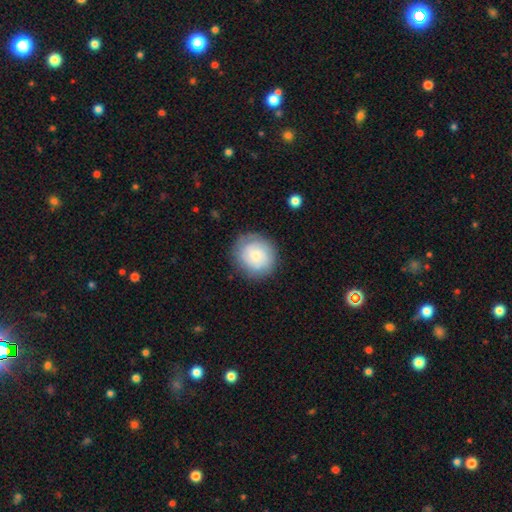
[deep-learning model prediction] Morphology: type=smooth (59%); roundness=round (88%); merging=none (83%).